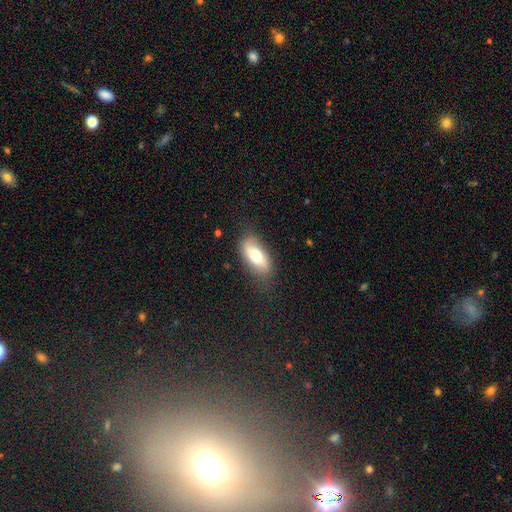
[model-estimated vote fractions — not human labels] Smooth or featured?
  - smooth: 70% *
  - featured or disk: 23%
  - star or artifact: 6%
How rounded?
  - in between: 88% *
  - cigar-shaped: 9%
  - round: 4%
Merging?
  - none: 75% *
  - minor disturbance: 19%
  - major disturbance: 5%
  - merger: 1%